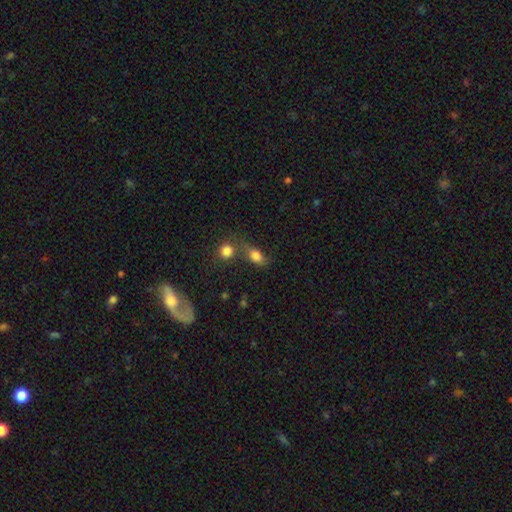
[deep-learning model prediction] Q: Smooth or featured?
A: smooth (80%); runner-up: star or artifact (11%)
Q: How rounded?
A: in between (74%); runner-up: round (21%)
Q: Merging?
A: none (43%); runner-up: merger (32%)